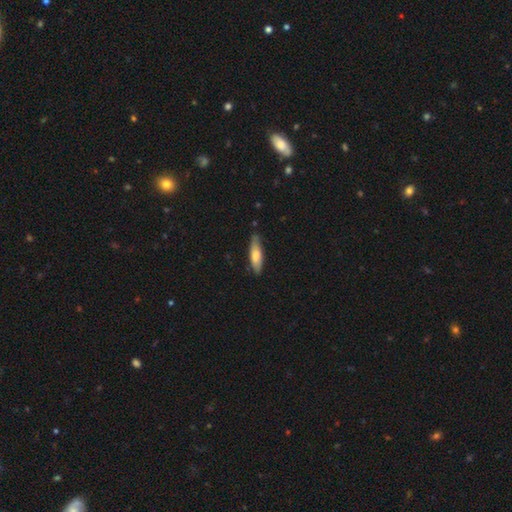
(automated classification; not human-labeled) A smooth galaxy with no disk features (69%) that is cigar-shaped (63%).

Vote fractions:
- Smooth or featured? smooth: 69% / featured or disk: 26% / star or artifact: 5%
- How rounded? cigar-shaped: 63% / in between: 35% / round: 2%
- Merging? none: 75% / minor disturbance: 20% / major disturbance: 3% / merger: 2%